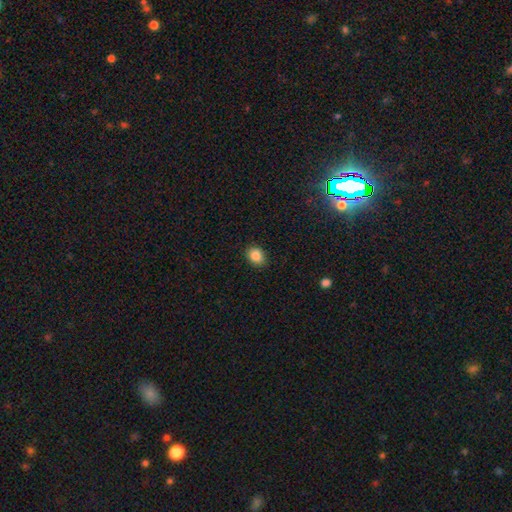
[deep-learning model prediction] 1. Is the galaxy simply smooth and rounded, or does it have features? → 86% smooth, 9% star or artifact, 4% featured or disk.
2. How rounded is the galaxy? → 52% in between, 47% round, 1% cigar-shaped.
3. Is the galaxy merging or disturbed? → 86% none, 10% minor disturbance, 2% major disturbance, 1% merger.